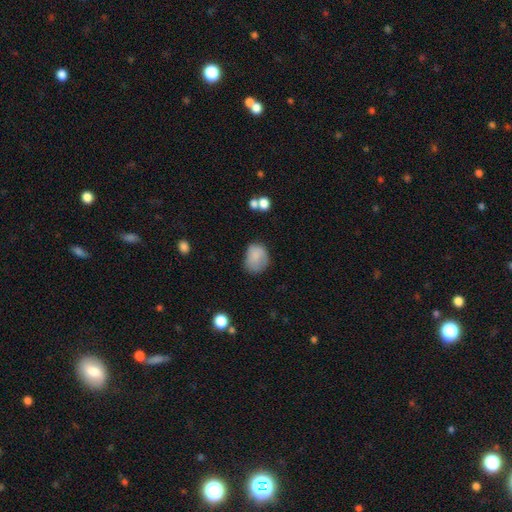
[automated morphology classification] Smooth or featured?
  - smooth: 82% *
  - featured or disk: 9%
  - star or artifact: 9%
How rounded?
  - in between: 54% *
  - round: 45%
  - cigar-shaped: 1%
Merging?
  - none: 57% *
  - minor disturbance: 29%
  - major disturbance: 10%
  - merger: 3%